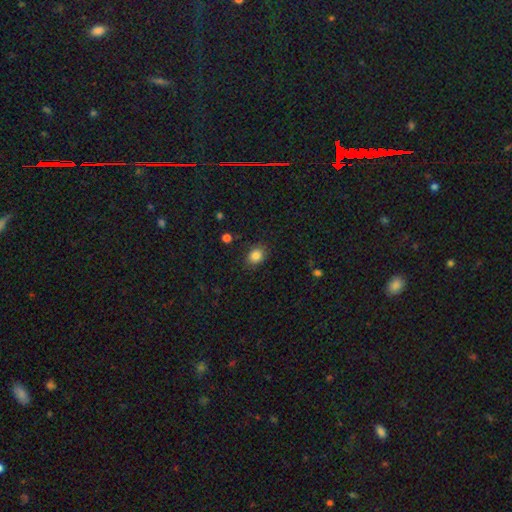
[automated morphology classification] Q: Smooth or featured?
A: smooth (84%); runner-up: star or artifact (11%)
Q: How rounded?
A: round (54%); runner-up: in between (45%)
Q: Merging?
A: none (84%); runner-up: minor disturbance (12%)